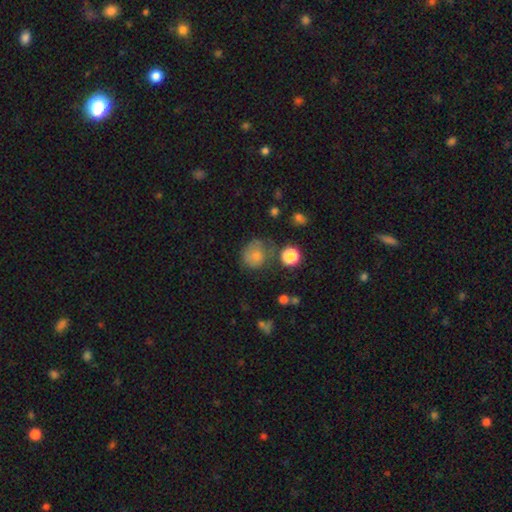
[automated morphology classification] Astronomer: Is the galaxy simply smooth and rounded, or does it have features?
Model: smooth — 73%.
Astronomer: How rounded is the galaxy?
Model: round — 76%.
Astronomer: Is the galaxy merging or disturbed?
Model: none — 51% (runner-up: minor disturbance, 27%).